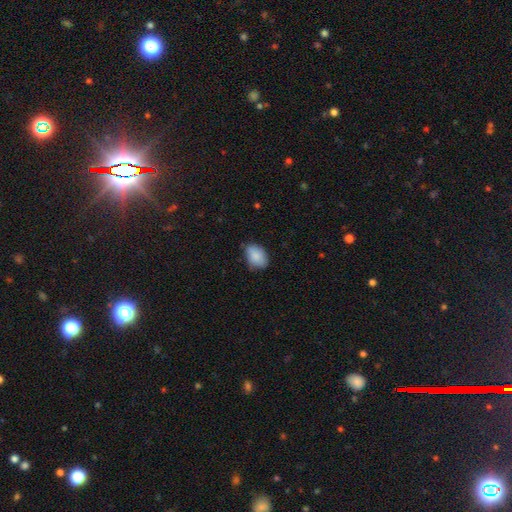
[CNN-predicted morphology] smooth-or-featured: smooth: 87% | star or artifact: 7% | featured or disk: 6%
  how-rounded: in between: 81% | round: 17% | cigar-shaped: 1%
  merging: none: 68% | minor disturbance: 26% | major disturbance: 4% | merger: 1%